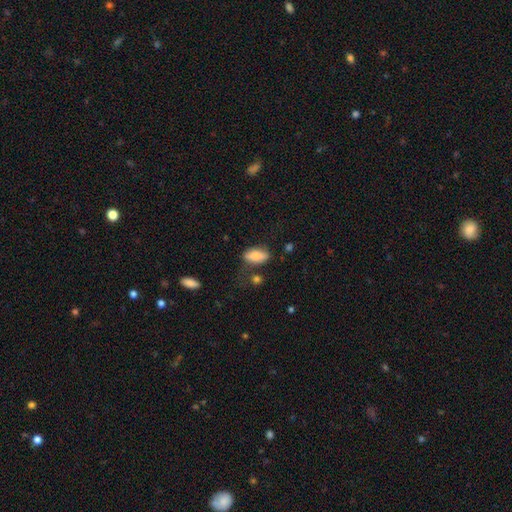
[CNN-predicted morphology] Q: Smooth or featured?
A: smooth (77%); runner-up: featured or disk (16%)
Q: How rounded?
A: in between (86%); runner-up: cigar-shaped (10%)
Q: Merging?
A: none (64%); runner-up: minor disturbance (23%)